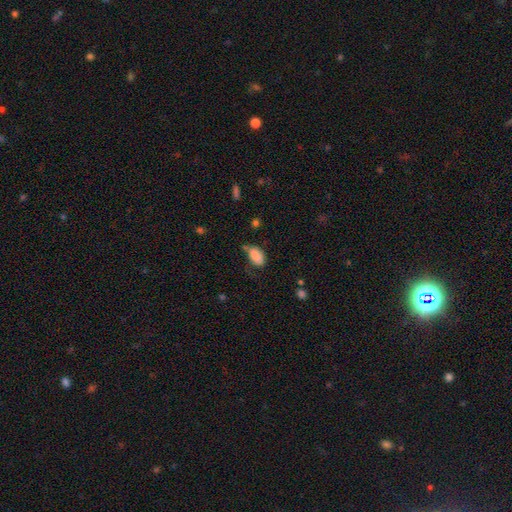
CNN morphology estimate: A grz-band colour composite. It shows a smooth galaxy with no disk features (84%) that is in between round and cigar-shaped (92%). Merging: none (41%).